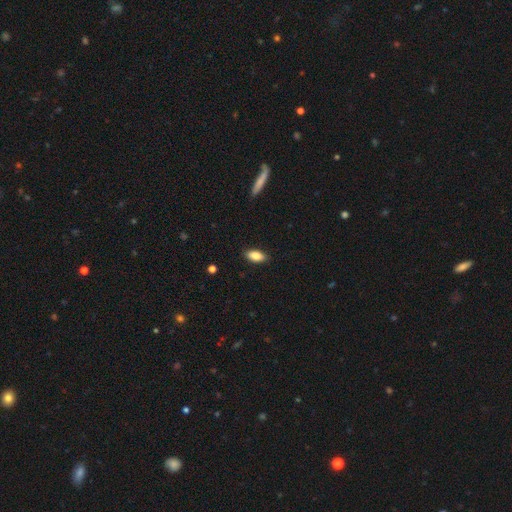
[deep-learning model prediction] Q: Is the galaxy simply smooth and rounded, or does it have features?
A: smooth — 84%.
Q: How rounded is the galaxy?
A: in between — 88%.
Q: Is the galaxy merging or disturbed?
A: none — 88%.